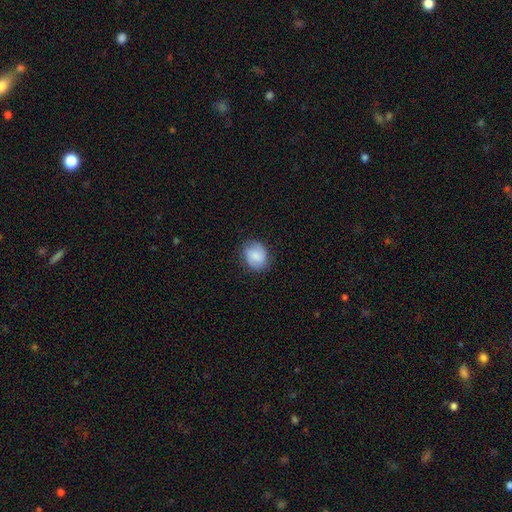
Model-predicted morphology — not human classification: A smooth galaxy with no disk features (64%) that is round (65%). Merging: none (81%).